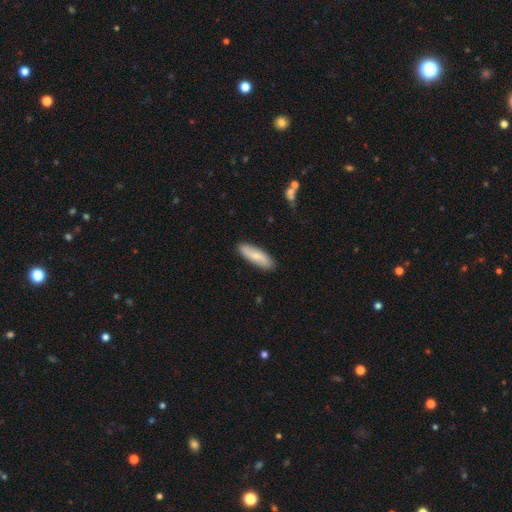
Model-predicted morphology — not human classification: Smooth or featured? Predicted: smooth (p=0.68). How rounded? Predicted: in between (p=0.51). Merging? Predicted: none (p=0.87).